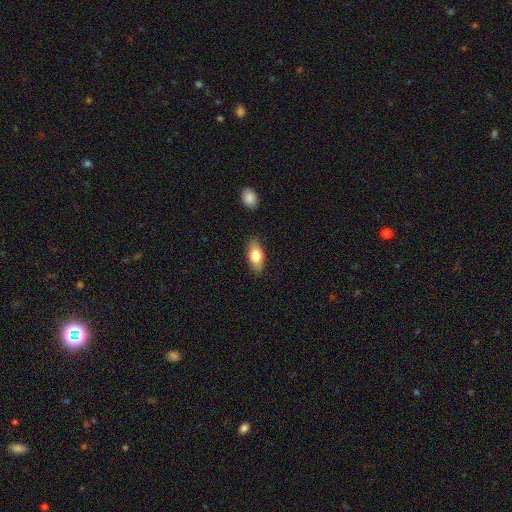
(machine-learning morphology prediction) Smooth or featured?
  - smooth: 72% *
  - featured or disk: 21%
  - star or artifact: 7%
How rounded?
  - in between: 86% *
  - cigar-shaped: 9%
  - round: 5%
Merging?
  - none: 85% *
  - minor disturbance: 11%
  - major disturbance: 3%
  - merger: 2%